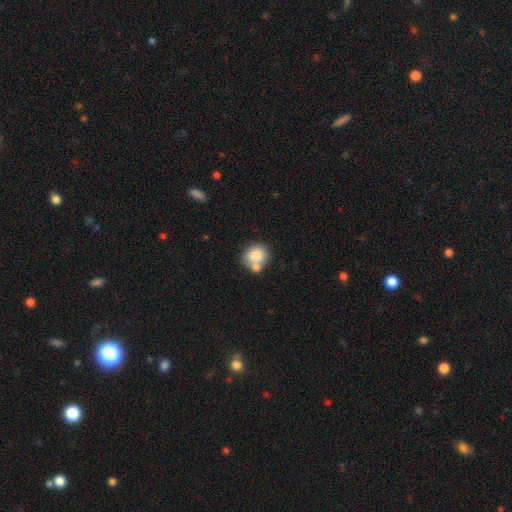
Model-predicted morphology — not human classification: Q: Smooth or featured?
A: smooth (81%); runner-up: featured or disk (11%)
Q: How rounded?
A: round (76%); runner-up: in between (23%)
Q: Merging?
A: none (50%); runner-up: merger (34%)